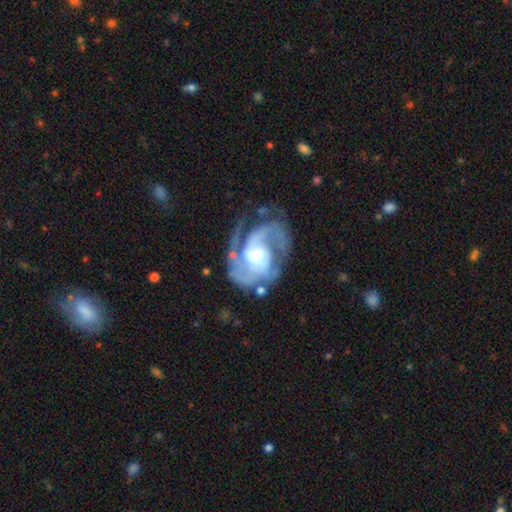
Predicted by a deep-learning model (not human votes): Overall: featured or disk (90%). Edge-on disk: no (98%). Bar: no (55%; weak 35%). Spiral arms: yes (97%). Spiral arm count: 2 (65%). Spiral winding: medium (47%; tight 41%). Bulge size: moderate (47%; small 37%). Merging: none (60%; minor disturbance 20%).